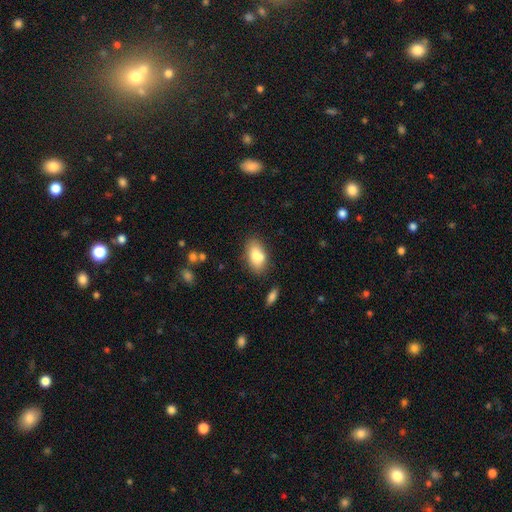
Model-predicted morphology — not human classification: A smooth galaxy with no disk features (81%) that is in between round and cigar-shaped (91%).

Vote fractions:
- Smooth or featured? smooth: 81% / featured or disk: 12% / star or artifact: 7%
- How rounded? in between: 91% / round: 6% / cigar-shaped: 4%
- Merging? none: 67% / minor disturbance: 18% / merger: 10% / major disturbance: 4%